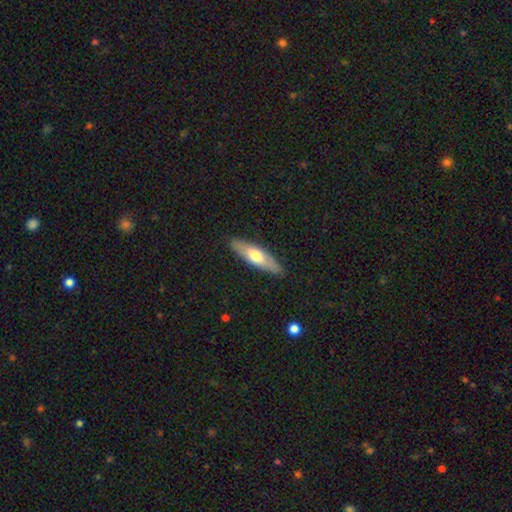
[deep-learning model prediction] This is possibly a smooth galaxy (58%). How rounded: possibly cigar-shaped (58%). Merging: clearly none (88%).